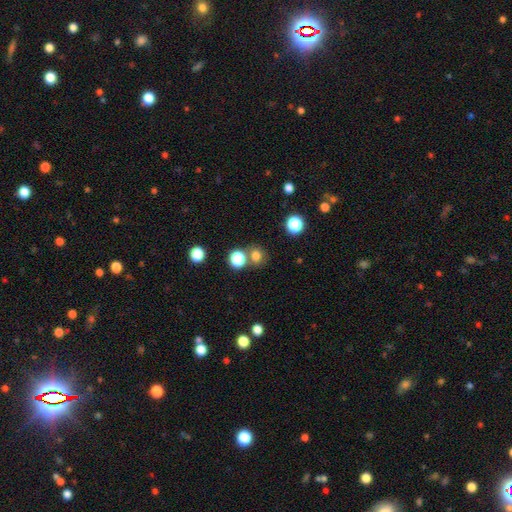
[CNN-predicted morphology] smooth_or_featured: smooth (p=0.74) [alt: star or artifact p=0.19]
how_rounded: round (p=0.74) [alt: in between p=0.25]
merging: none (p=0.66) [alt: merger p=0.21]